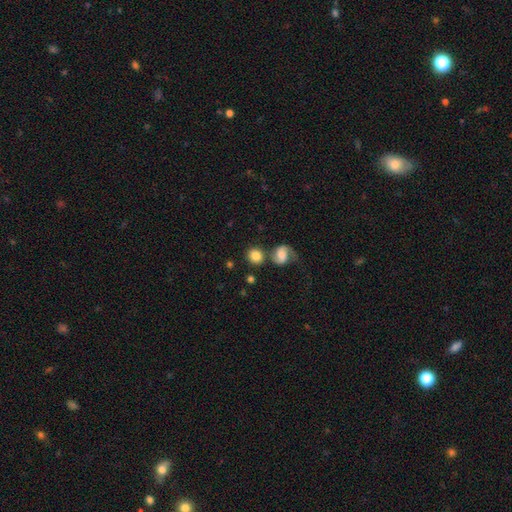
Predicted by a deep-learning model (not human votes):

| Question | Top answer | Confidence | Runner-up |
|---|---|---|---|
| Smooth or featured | smooth | 78% | featured or disk (13%) |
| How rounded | round | 87% | in between (12%) |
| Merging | none | 64% | merger (21%) |